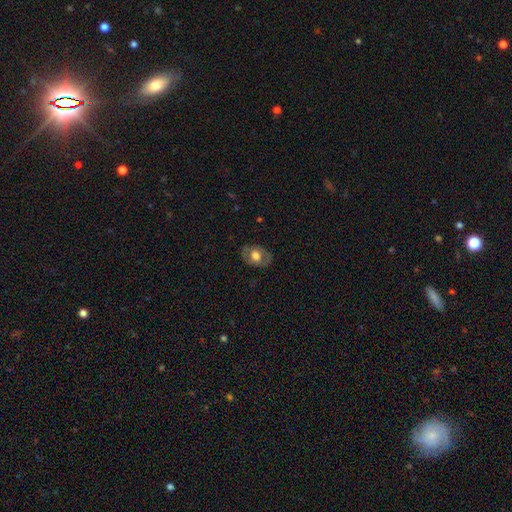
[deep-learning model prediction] A smooth galaxy with no disk features (58%) that is in between round and cigar-shaped (74%). Merging: none (78%).